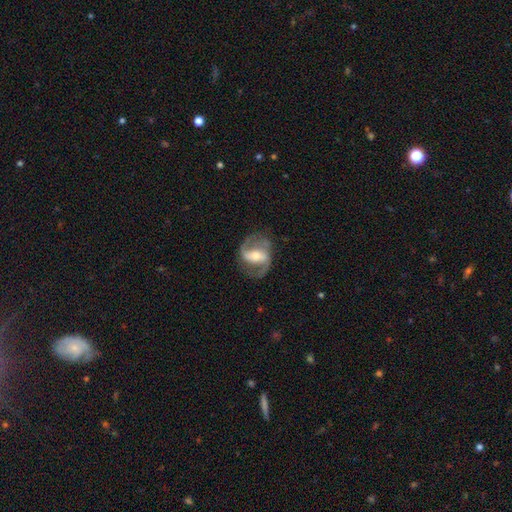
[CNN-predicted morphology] Smooth or featured? Predicted: featured or disk (p=0.86). Edge-on disk? Predicted: no (p=0.97). Bar? Predicted: strong (p=0.47). Spiral arms? Predicted: yes (p=0.93). Spiral winding? Predicted: medium (p=0.52). Spiral arm count? Predicted: 2 (p=0.90). Bulge size? Predicted: moderate (p=0.60). Merging? Predicted: none (p=0.76).